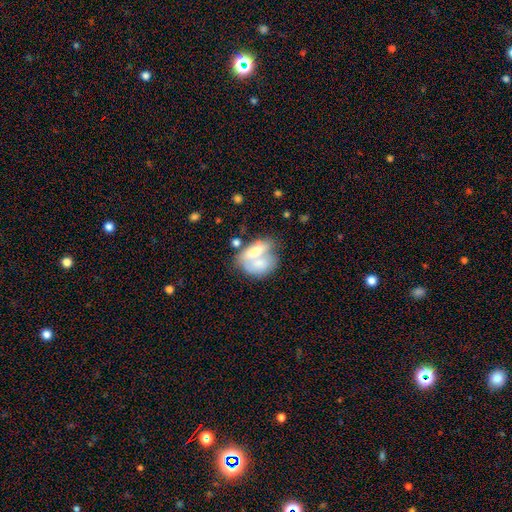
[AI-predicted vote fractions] This is possibly a smooth galaxy (58%). How rounded: likely in between (74%). Merging: likely merger (65%).